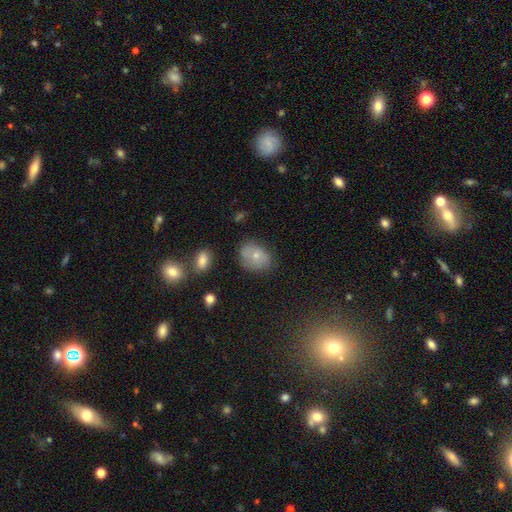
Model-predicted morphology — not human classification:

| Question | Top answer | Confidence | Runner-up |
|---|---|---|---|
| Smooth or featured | smooth | 64% | featured or disk (25%) |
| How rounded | in between | 65% | round (34%) |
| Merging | none | 66% | minor disturbance (23%) |